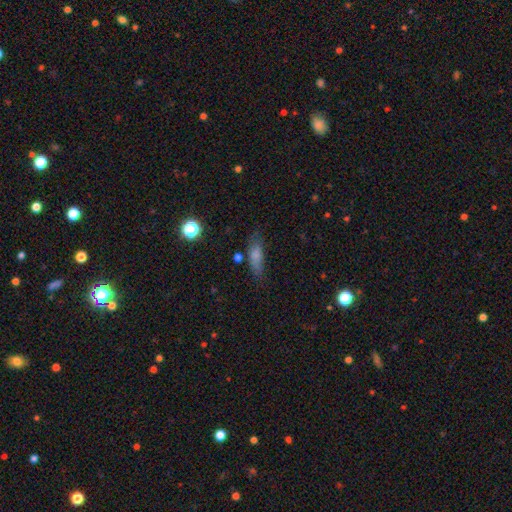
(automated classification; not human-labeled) smooth 74%, featured or disk 15%, star or artifact 11%. Down the decision tree: how rounded — in between (60%); merging — none (62%).